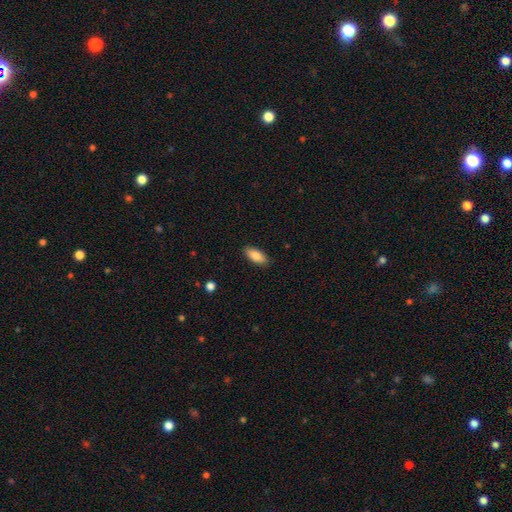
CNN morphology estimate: A smooth galaxy with no disk features (85%) that is in between round and cigar-shaped (83%).

Vote fractions:
- Smooth or featured? smooth: 85% / featured or disk: 9% / star or artifact: 6%
- How rounded? in between: 83% / cigar-shaped: 15% / round: 2%
- Merging? none: 88% / minor disturbance: 9% / major disturbance: 2% / merger: 1%